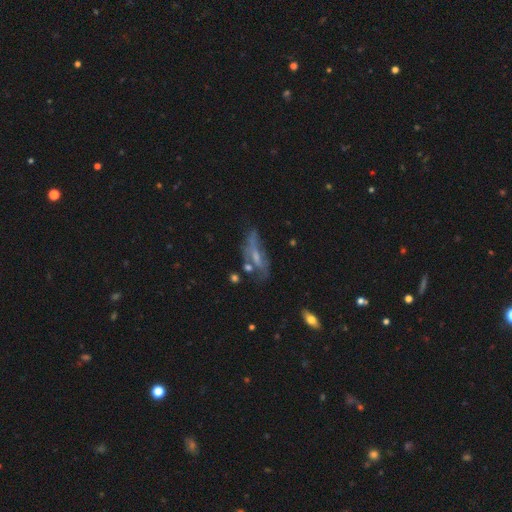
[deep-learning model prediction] Smooth or featured?
  - featured or disk: 55% *
  - smooth: 32%
  - star or artifact: 12%
Edge-on disk?
  - no: 70% *
  - yes: 30%
Merging?
  - none: 42% *
  - minor disturbance: 24%
  - major disturbance: 22%
  - merger: 12%